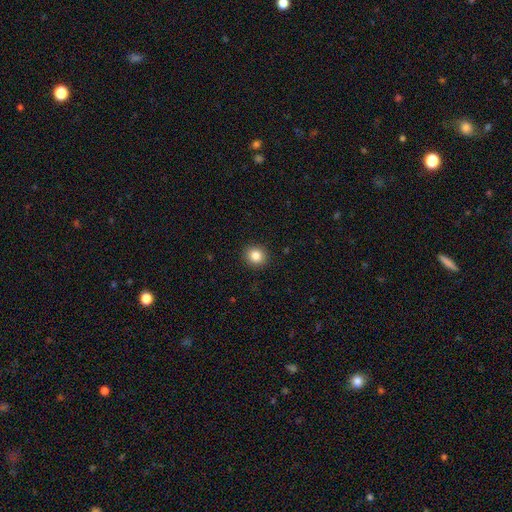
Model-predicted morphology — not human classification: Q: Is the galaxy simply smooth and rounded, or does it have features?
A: smooth — 85%.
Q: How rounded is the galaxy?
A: round — 85%.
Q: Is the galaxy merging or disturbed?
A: none — 92%.